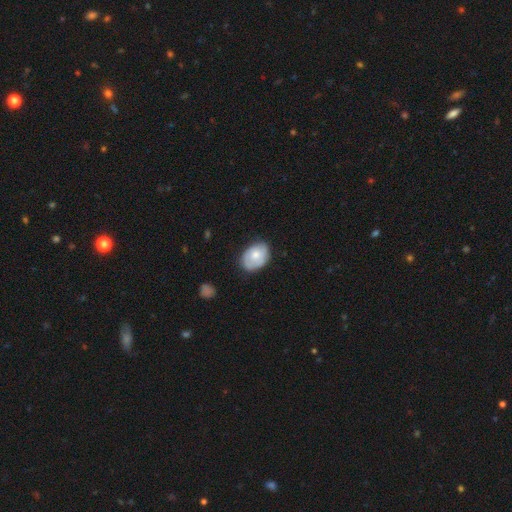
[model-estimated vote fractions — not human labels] This appears to be a smooth galaxy with no disk features (62%) that is in between round and cigar-shaped (77%). Merging: none (70%).